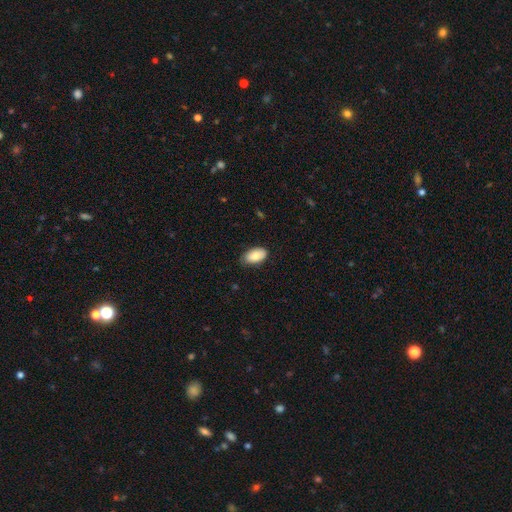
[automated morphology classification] Smooth or featured: smooth — 80% (featured or disk — 13%)
How rounded: in between — 94% (round — 5%)
Merging: none — 78% (minor disturbance — 18%)